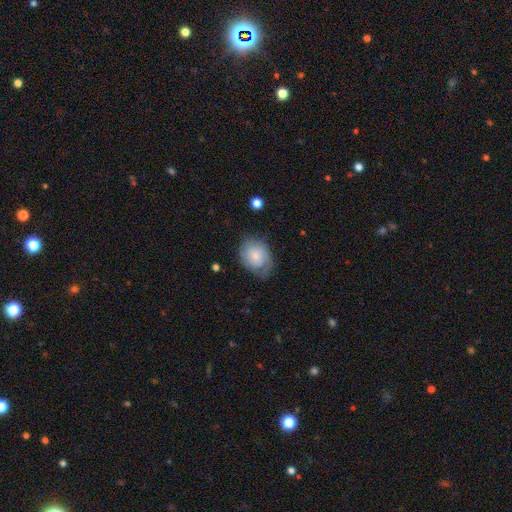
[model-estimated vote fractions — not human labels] Smooth or featured? Predicted: smooth (p=0.58). How rounded? Predicted: in between (p=0.54). Merging? Predicted: none (p=0.53).